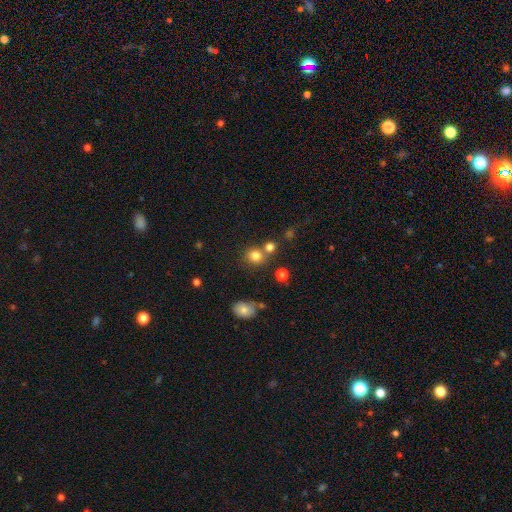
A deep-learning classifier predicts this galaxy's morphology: A smooth galaxy with no disk features (79%) that is round (80%).

Vote fractions:
- Smooth or featured? smooth: 79% / star or artifact: 14% / featured or disk: 7%
- How rounded? round: 80% / in between: 19% / cigar-shaped: 1%
- Merging? none: 64% / merger: 23% / minor disturbance: 9% / major disturbance: 4%